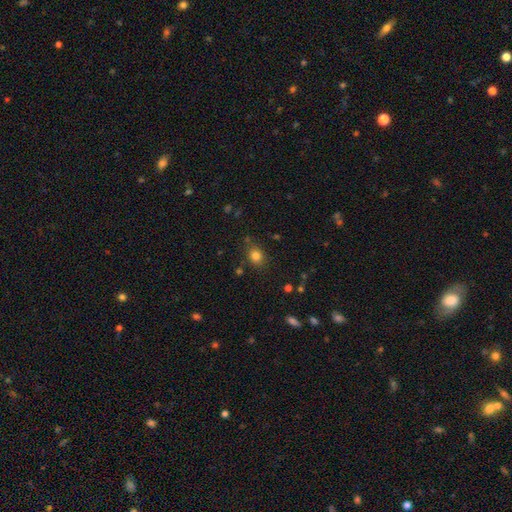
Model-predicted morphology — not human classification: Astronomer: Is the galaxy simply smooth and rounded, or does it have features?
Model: smooth — 80%.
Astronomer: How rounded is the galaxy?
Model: round — 63%.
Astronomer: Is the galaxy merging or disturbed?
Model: none — 80%.